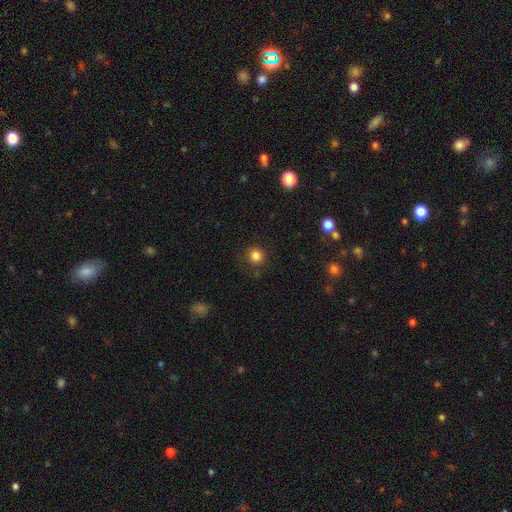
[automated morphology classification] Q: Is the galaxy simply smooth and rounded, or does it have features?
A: smooth — 84%.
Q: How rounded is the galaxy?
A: round — 93%.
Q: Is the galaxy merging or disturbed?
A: none — 87%.